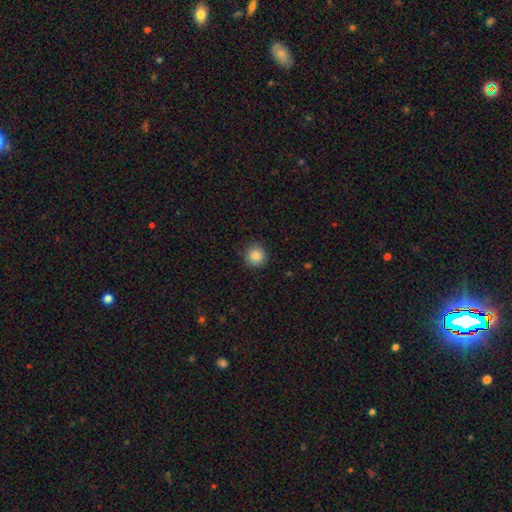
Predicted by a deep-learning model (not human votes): Smooth or featured? smooth (86%)
How rounded? round (94%)
Merging? none (89%)